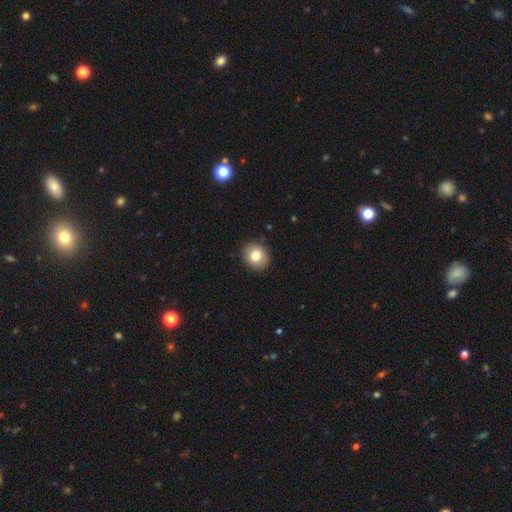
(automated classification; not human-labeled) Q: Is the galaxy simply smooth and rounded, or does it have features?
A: smooth — 81%.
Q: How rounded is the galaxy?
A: round — 63%.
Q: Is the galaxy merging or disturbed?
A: none — 89%.